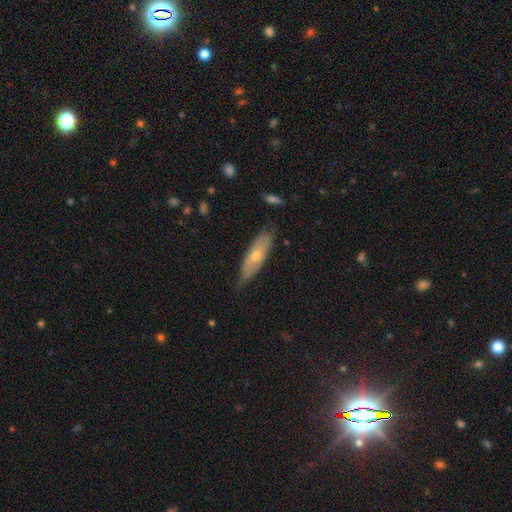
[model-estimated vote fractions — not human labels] Overall: featured or disk (48%; smooth 46%). Merging: none (74%).